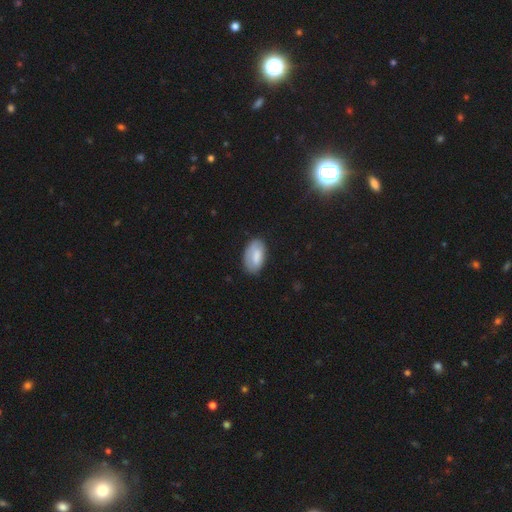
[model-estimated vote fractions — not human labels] smooth_or_featured: smooth (p=0.77) [alt: featured or disk p=0.17]
how_rounded: in between (p=0.94) [alt: round p=0.04]
merging: none (p=0.73) [alt: minor disturbance p=0.20]